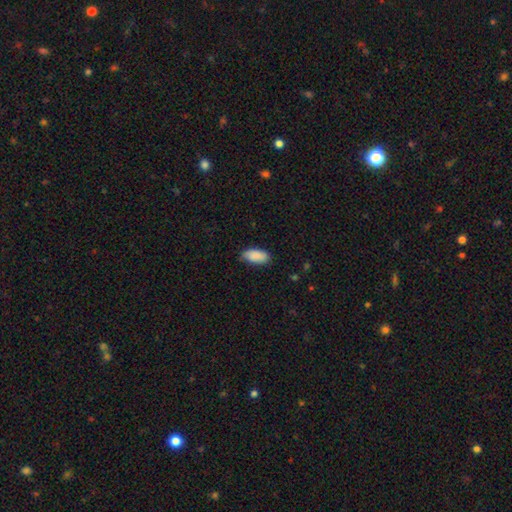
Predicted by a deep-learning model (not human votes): This is clearly a smooth galaxy (89%). How rounded: clearly in between (91%). Merging: likely none (76%).